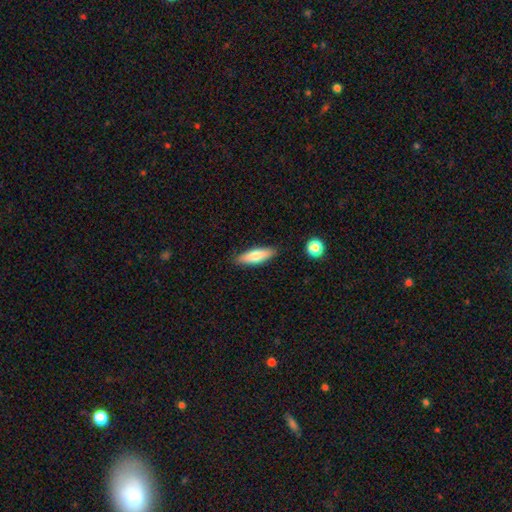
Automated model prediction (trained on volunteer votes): Morphology: type=smooth (75%); roundness=cigar-shaped (53%); merging=none (86%).